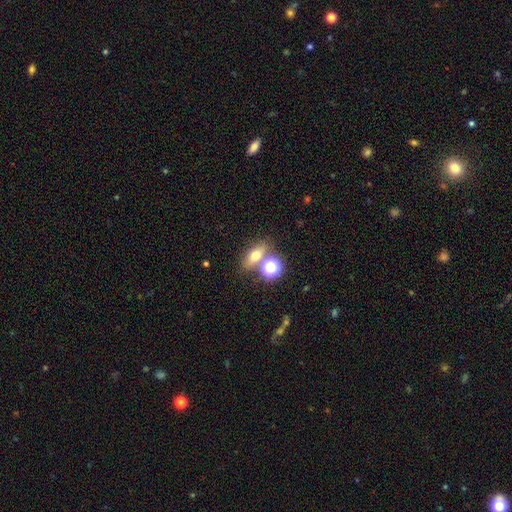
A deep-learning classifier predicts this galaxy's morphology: smooth_or_featured: smooth (p=0.64) [alt: featured or disk p=0.18]
how_rounded: in between (p=0.61) [alt: round p=0.28]
merging: none (p=0.64) [alt: merger p=0.21]